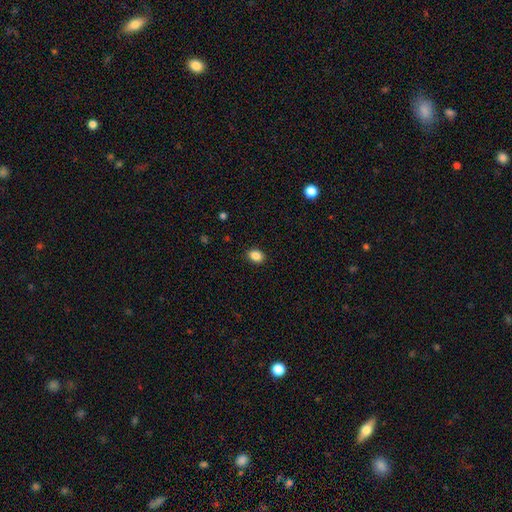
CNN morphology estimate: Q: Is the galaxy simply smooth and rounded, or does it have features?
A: smooth — 87%.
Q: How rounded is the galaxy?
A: in between — 69%.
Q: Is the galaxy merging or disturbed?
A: none — 89%.